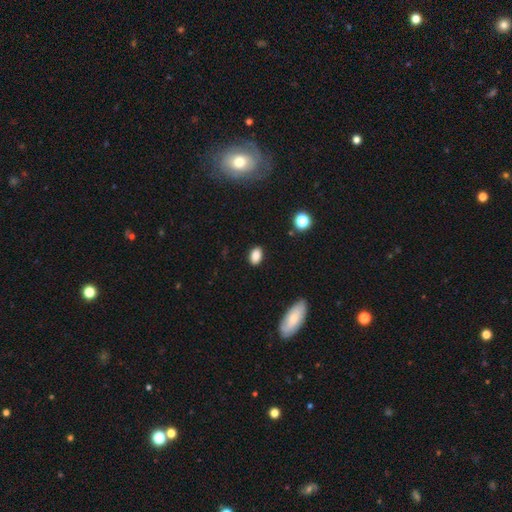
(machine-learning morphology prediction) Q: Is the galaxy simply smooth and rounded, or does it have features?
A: smooth — 85%.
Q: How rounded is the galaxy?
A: in between — 85%.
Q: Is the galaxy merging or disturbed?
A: none — 88%.